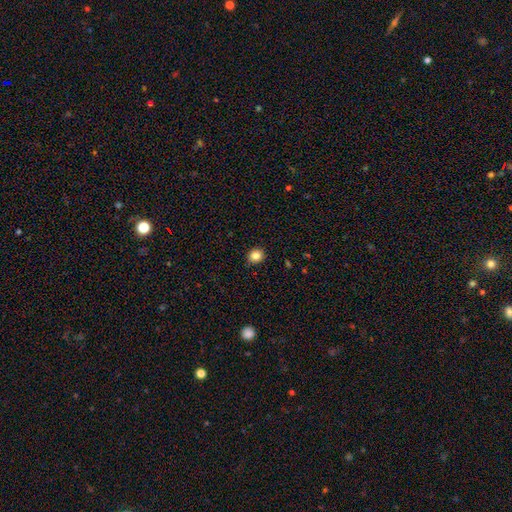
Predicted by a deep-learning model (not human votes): This appears to be a smooth galaxy with no disk features (84%) that is round (74%). Merging: none (91%).